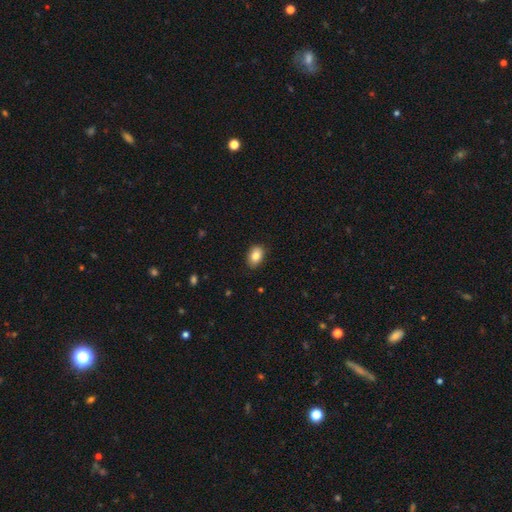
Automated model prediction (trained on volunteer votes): Smooth or featured: smooth — 85% (star or artifact — 8%)
How rounded: in between — 83% (round — 16%)
Merging: none — 87% (minor disturbance — 10%)